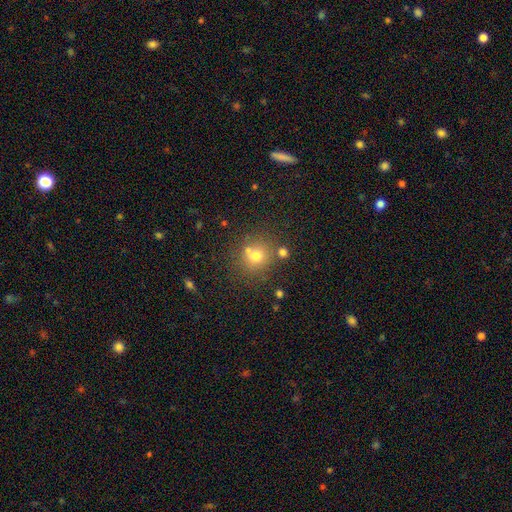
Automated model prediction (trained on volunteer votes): Overall: smooth (69%). How rounded: round (88%). Merging: none (67%).